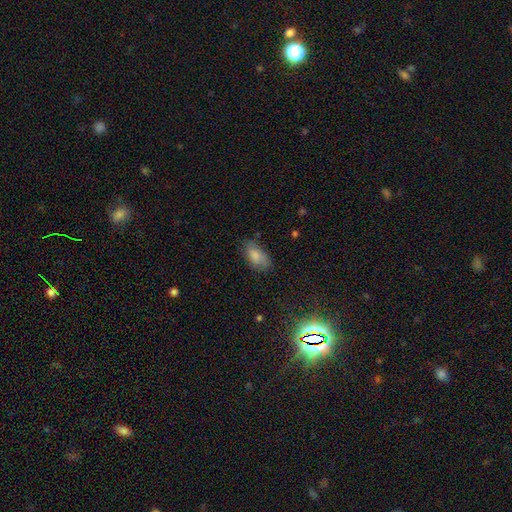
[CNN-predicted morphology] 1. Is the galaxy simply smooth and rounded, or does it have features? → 82% smooth, 10% featured or disk, 8% star or artifact.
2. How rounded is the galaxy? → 92% in between, 5% cigar-shaped, 4% round.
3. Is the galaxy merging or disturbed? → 67% none, 24% minor disturbance, 6% major disturbance, 2% merger.